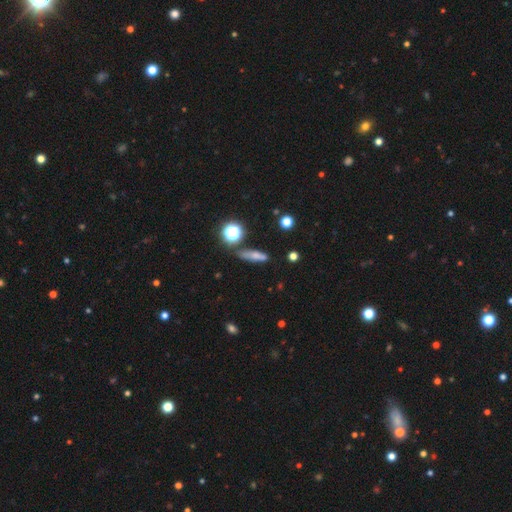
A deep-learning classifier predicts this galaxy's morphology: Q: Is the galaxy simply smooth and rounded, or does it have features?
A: smooth — 65%.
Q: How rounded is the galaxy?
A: cigar-shaped — 62%.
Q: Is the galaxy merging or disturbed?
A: none — 72%.